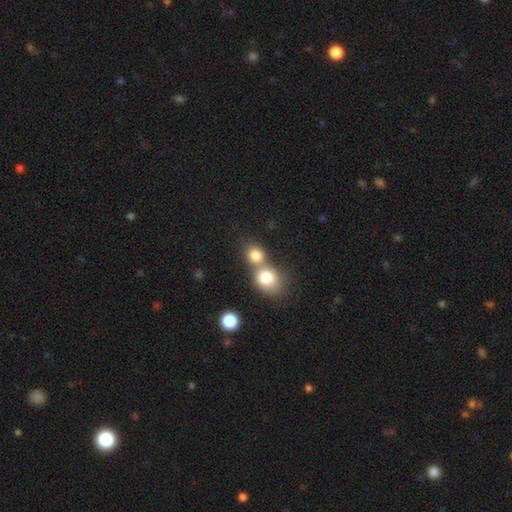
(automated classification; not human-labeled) Smooth or featured? smooth (80%)
How rounded? round (73%)
Merging? merger (59%)